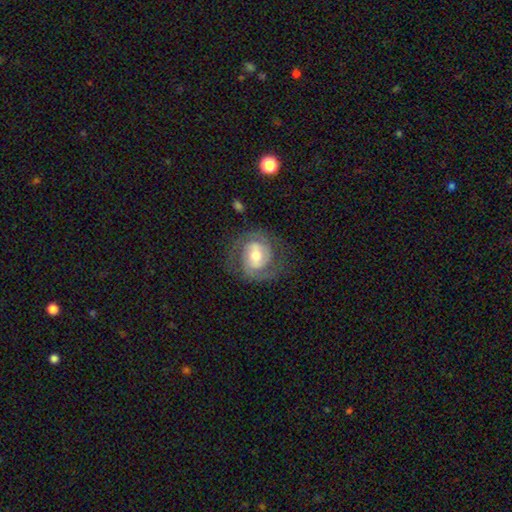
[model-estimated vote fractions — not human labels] A featured or disk galaxy (80%) with a weak bar (46%), 2 (77%) tight (49%) spiral arms (93%) and a moderate central bulge (64%).

Vote fractions:
- Smooth or featured? featured or disk: 80% / smooth: 15% / star or artifact: 6%
- Edge-on disk? no: 98% / yes: 2%
- Bar? weak: 46% / no: 33% / strong: 21%
- Spiral arms? yes: 93% / no: 7%
- Spiral winding? tight: 49% / medium: 40% / loose: 11%
- Spiral arm count? 2: 77% / can't tell: 10% / 3: 6% / 1: 3% / 4: 2% / more than 4: 2%
- Bulge size? moderate: 64% / small: 25% / large: 9% / none: 1% / dominant: 1%
- Merging? none: 74% / minor disturbance: 15% / major disturbance: 10% / merger: 1%